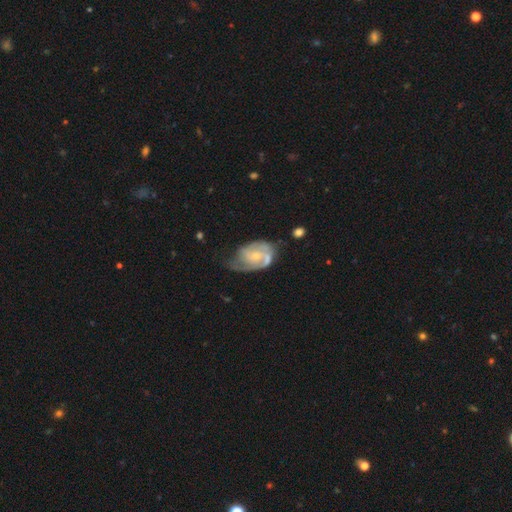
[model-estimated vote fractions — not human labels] Smooth or featured: featured or disk — 76% (smooth — 19%)
Edge-on disk: no — 97% (yes — 3%)
Bar: no — 63% (weak — 32%)
Spiral arms: yes — 87% (no — 13%)
Spiral winding: tight — 41% (medium — 40%)
Spiral arm count: 2 — 52% (can't tell — 22%)
Bulge size: small — 57% (moderate — 33%)
Merging: none — 37% (minor disturbance — 31%)